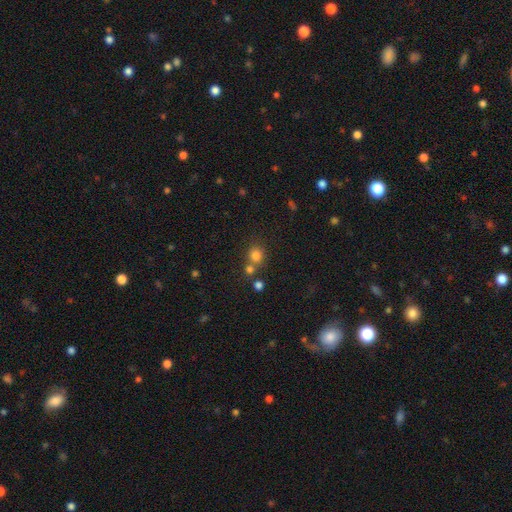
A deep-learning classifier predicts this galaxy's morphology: smooth_or_featured: smooth (p=0.78) [alt: star or artifact p=0.15]
how_rounded: round (p=0.84) [alt: in between p=0.15]
merging: none (p=0.60) [alt: merger p=0.28]